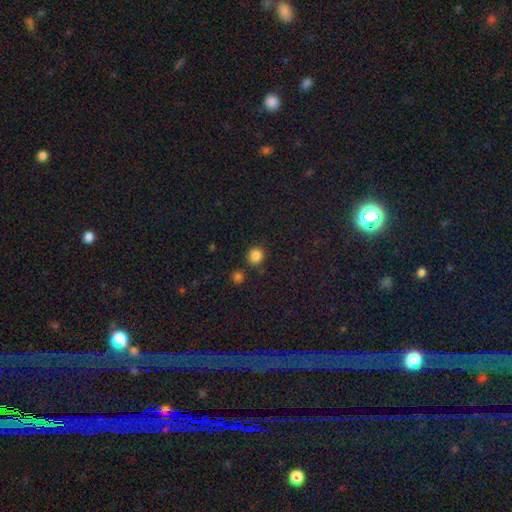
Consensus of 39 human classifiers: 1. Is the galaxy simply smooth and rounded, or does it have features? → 92% smooth, 5% star or artifact, 3% featured or disk.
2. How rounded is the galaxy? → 89% round, 11% in between, 0% cigar-shaped.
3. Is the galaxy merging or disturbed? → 81% none, 11% minor disturbance, 5% major disturbance, 3% merger.